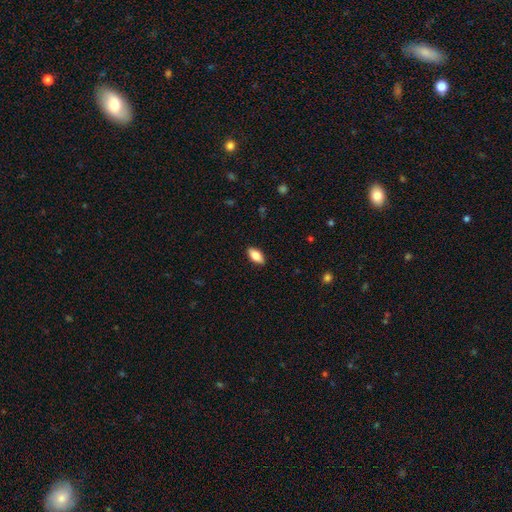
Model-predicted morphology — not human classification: A smooth galaxy with no disk features (78%) that is in between round and cigar-shaped (88%).

Vote fractions:
- Smooth or featured? smooth: 78% / featured or disk: 15% / star or artifact: 7%
- How rounded? in between: 88% / cigar-shaped: 9% / round: 3%
- Merging? none: 88% / minor disturbance: 9% / major disturbance: 2% / merger: 1%